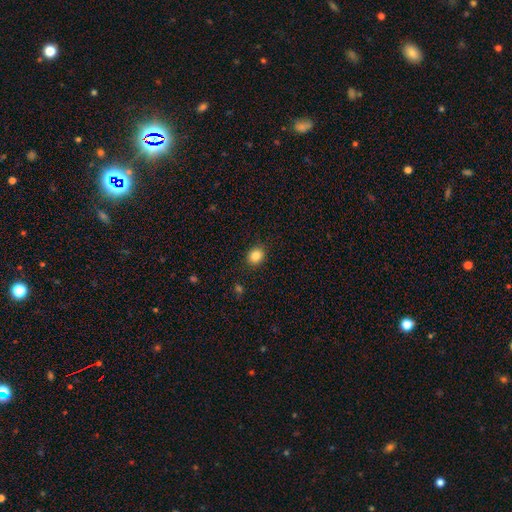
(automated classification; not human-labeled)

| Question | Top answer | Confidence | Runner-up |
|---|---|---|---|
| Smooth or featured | smooth | 85% | star or artifact (10%) |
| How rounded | round | 67% | in between (32%) |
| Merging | none | 89% | minor disturbance (8%) |